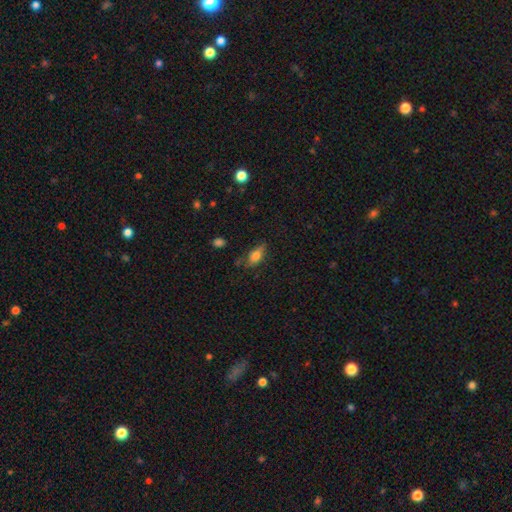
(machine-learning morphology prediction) smooth-or-featured: smooth: 77% | featured or disk: 13% | star or artifact: 9%
  how-rounded: in between: 85% | cigar-shaped: 9% | round: 7%
  merging: none: 65% | minor disturbance: 25% | major disturbance: 7% | merger: 3%